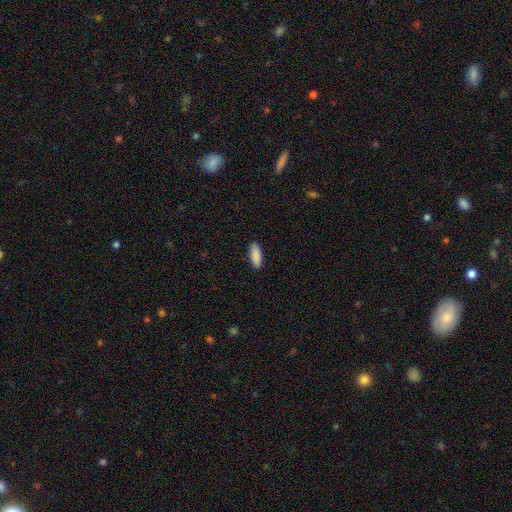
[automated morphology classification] Smooth or featured? smooth (90%)
How rounded? in between (73%)
Merging? none (89%)